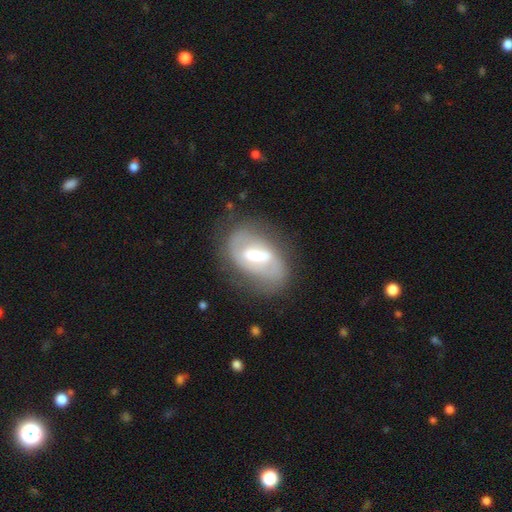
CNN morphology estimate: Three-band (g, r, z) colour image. It shows a featured or disk galaxy (65%) with a strong bar (49%), spiral arms (53%) and a moderate central bulge (57%). Merging: none (55%).